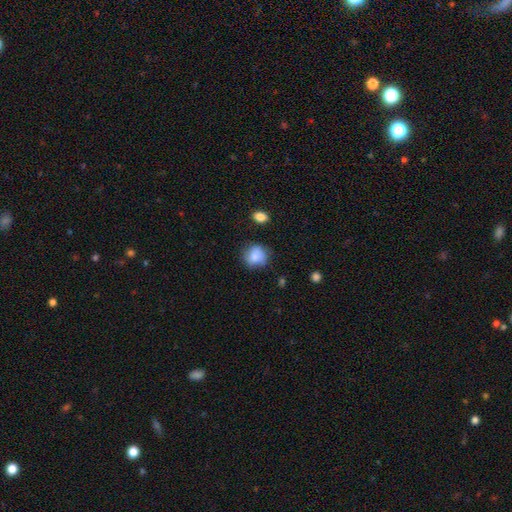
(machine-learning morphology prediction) smooth 84%, star or artifact 8%, featured or disk 8%. Down the decision tree: how rounded — round (80%); merging — none (72%).